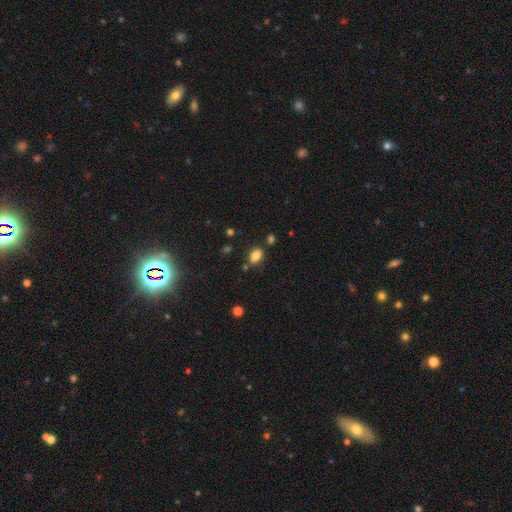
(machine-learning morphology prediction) Smooth or featured: smooth — 84% (star or artifact — 11%)
How rounded: in between — 83% (round — 16%)
Merging: none — 75% (minor disturbance — 14%)